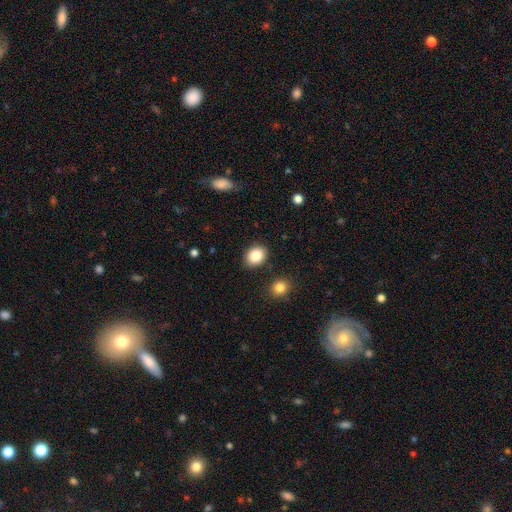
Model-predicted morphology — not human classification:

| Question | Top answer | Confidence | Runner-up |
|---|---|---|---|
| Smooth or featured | smooth | 86% | star or artifact (8%) |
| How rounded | in between | 52% | round (47%) |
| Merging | none | 86% | minor disturbance (9%) |